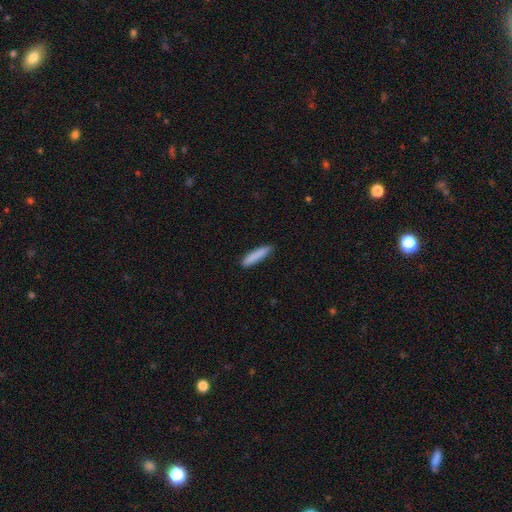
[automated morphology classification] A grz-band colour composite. It shows a smooth galaxy with no disk features (86%) that is cigar-shaped (87%). Merging: none (87%).